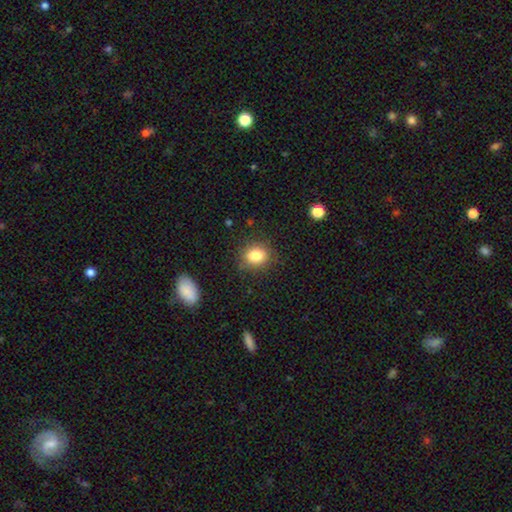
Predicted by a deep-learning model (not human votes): smooth_or_featured: smooth (p=0.84) [alt: star or artifact p=0.10]
how_rounded: round (p=0.56) [alt: in between p=0.42]
merging: none (p=0.81) [alt: minor disturbance p=0.14]